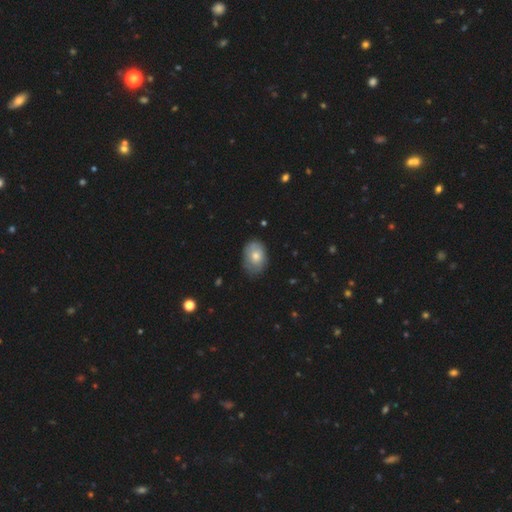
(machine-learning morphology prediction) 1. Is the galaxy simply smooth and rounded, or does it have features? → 67% smooth, 26% featured or disk, 7% star or artifact.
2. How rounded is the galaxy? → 74% in between, 25% round, 1% cigar-shaped.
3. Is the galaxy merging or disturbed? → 73% none, 21% minor disturbance, 5% major disturbance, 1% merger.